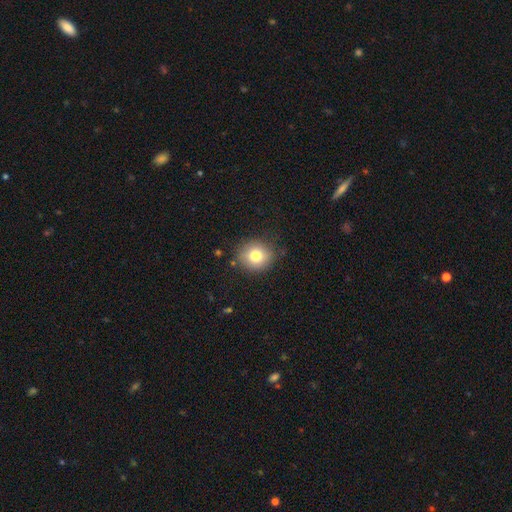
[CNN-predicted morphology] This is likely a smooth galaxy (78%). How rounded: clearly round (85%). Merging: clearly none (84%).